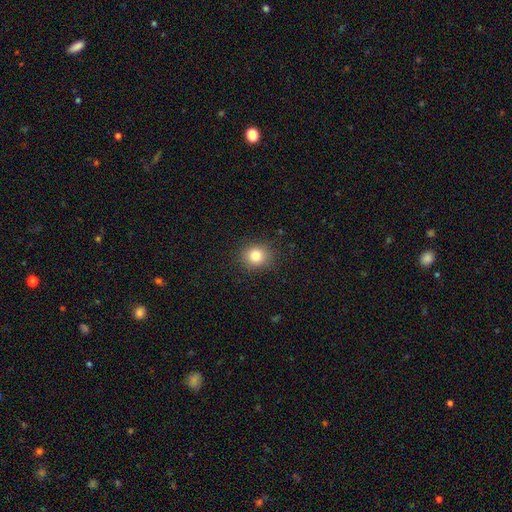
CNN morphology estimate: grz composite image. It shows a smooth galaxy with no disk features (81%) that is round (76%). Merging: none (88%).